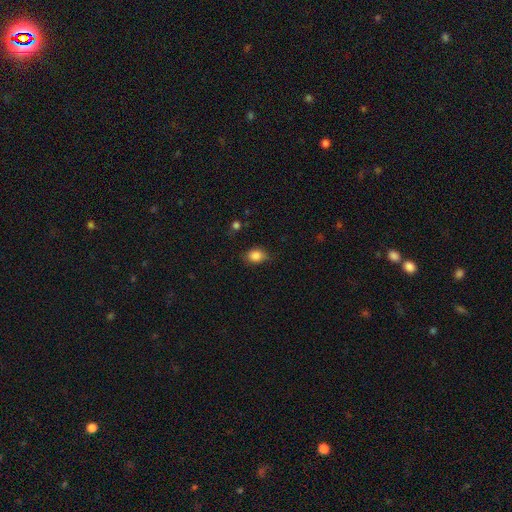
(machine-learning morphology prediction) Smooth or featured? Predicted: smooth (p=0.85). How rounded? Predicted: in between (p=0.68). Merging? Predicted: none (p=0.71).